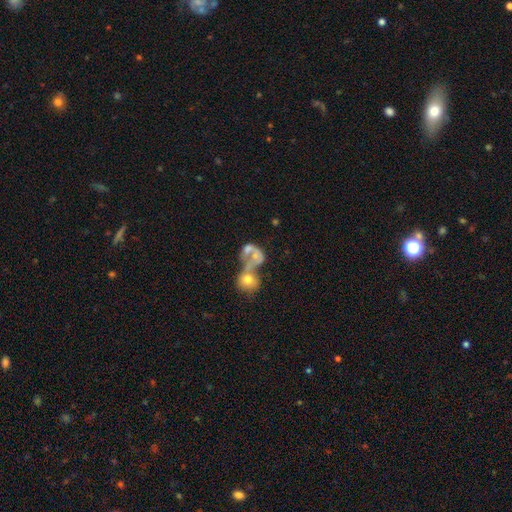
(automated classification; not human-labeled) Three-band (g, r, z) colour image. It shows a smooth galaxy with no disk features (48%). Merging: merger (71%).